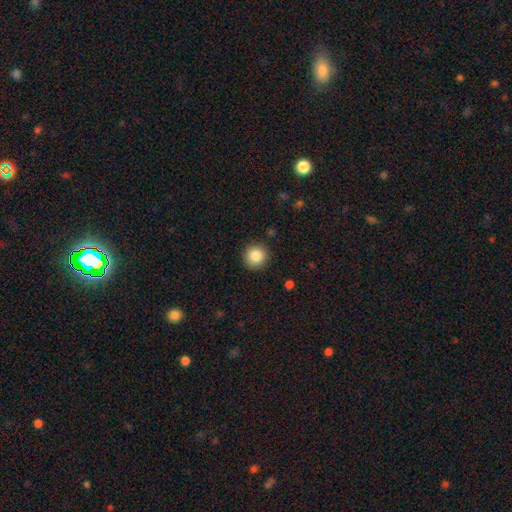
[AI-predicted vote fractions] This appears to be a smooth galaxy with no disk features (85%) that is round (94%). Merging: none (91%).